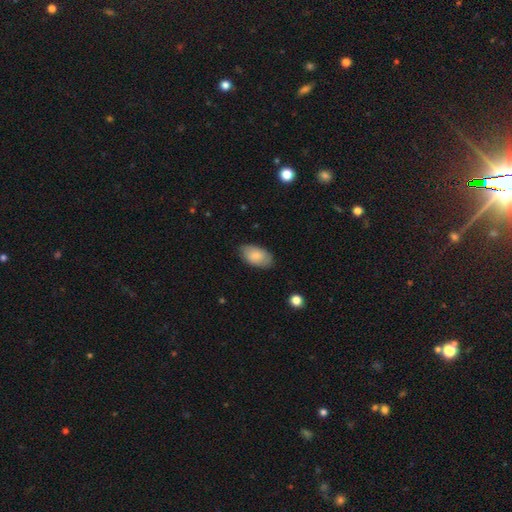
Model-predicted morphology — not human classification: This is likely a smooth galaxy (77%). How rounded: clearly in between (94%). Merging: likely none (78%).